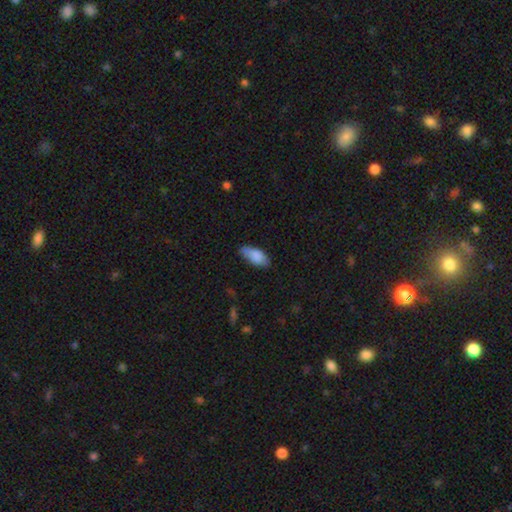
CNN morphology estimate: Q: Smooth or featured?
A: smooth (84%); runner-up: featured or disk (9%)
Q: How rounded?
A: in between (86%); runner-up: cigar-shaped (12%)
Q: Merging?
A: none (65%); runner-up: minor disturbance (28%)